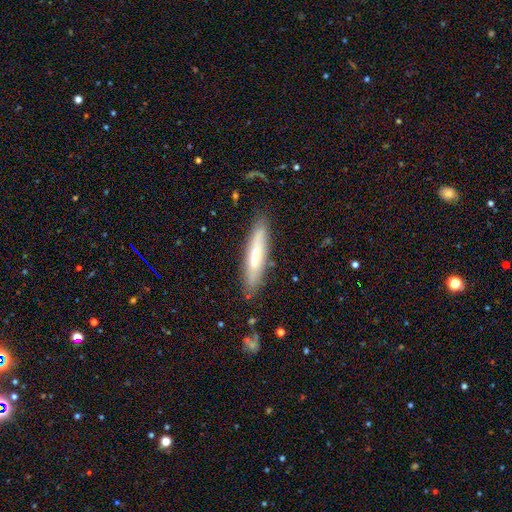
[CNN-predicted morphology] Smooth or featured: smooth — 56% (featured or disk — 37%)
How rounded: cigar-shaped — 84% (in between — 14%)
Merging: none — 83% (minor disturbance — 13%)